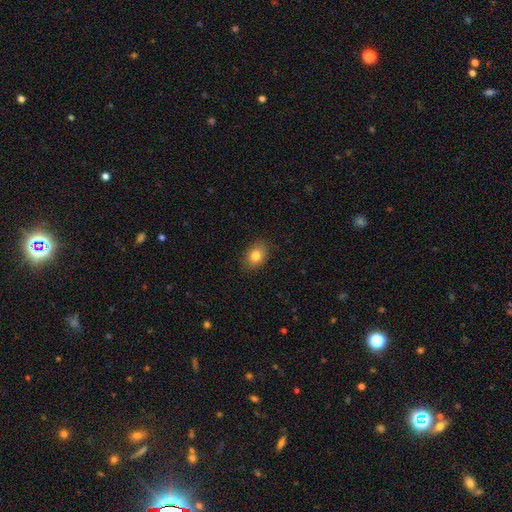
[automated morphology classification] A smooth galaxy with no disk features (80%) that is in between round and cigar-shaped (72%).

Vote fractions:
- Smooth or featured? smooth: 80% / featured or disk: 10% / star or artifact: 10%
- How rounded? in between: 72% / round: 27% / cigar-shaped: 1%
- Merging? none: 87% / minor disturbance: 10% / major disturbance: 2% / merger: 1%